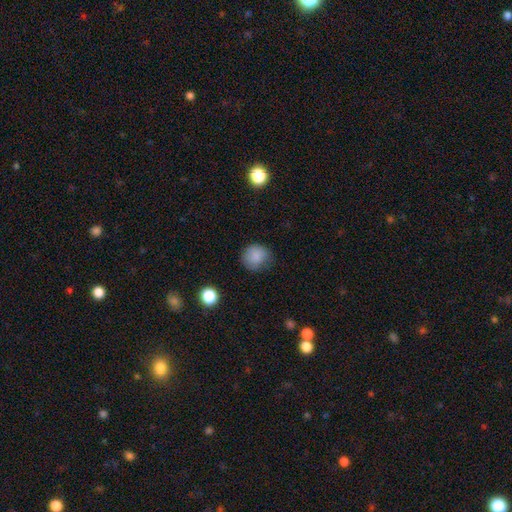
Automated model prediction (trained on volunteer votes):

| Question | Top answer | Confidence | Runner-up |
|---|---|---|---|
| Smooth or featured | smooth | 85% | star or artifact (10%) |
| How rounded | round | 85% | in between (14%) |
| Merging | none | 71% | minor disturbance (22%) |